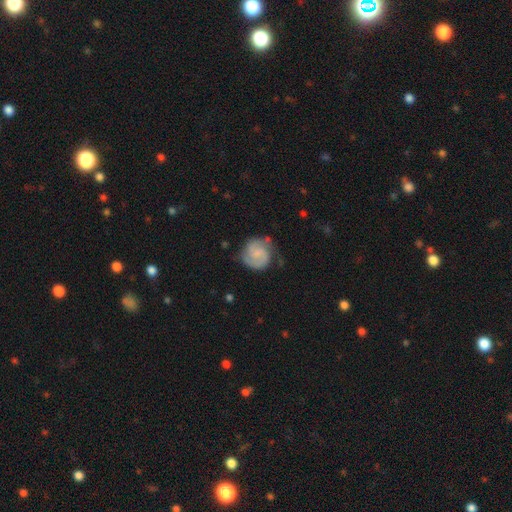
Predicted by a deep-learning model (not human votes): Smooth or featured? featured or disk (73%)
Edge-on disk? no (98%)
Bar? no (52%)
Spiral arms? yes (95%)
Spiral winding? tight (44%, tied with medium)
Spiral arm count? 2 (84%)
Bulge size? small (49%)
Merging? none (71%)